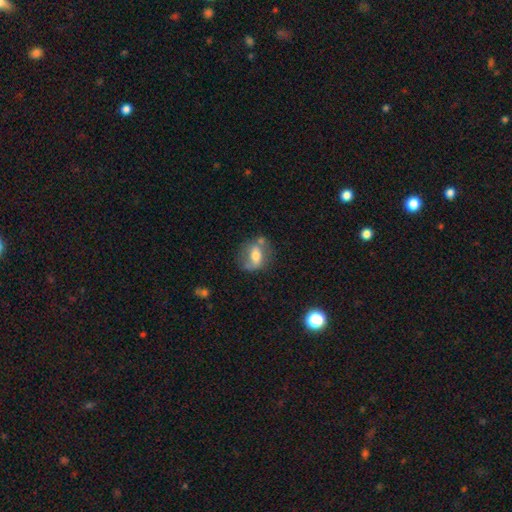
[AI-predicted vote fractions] Overall: smooth (46%; featured or disk 45%). Merging: none (51%; minor disturbance 24%).